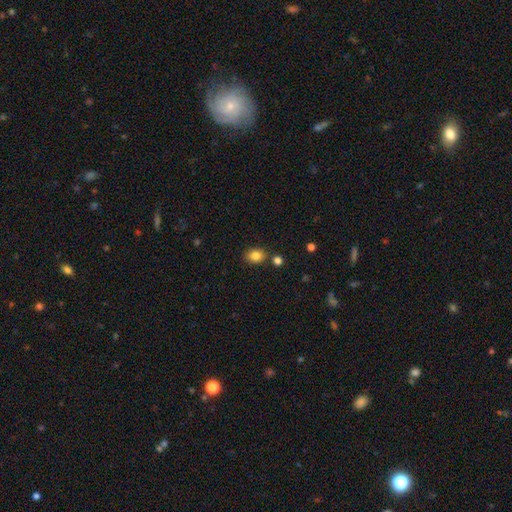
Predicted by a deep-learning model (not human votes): A smooth galaxy with no disk features (84%) that is in between round and cigar-shaped (60%).

Vote fractions:
- Smooth or featured? smooth: 84% / star or artifact: 10% / featured or disk: 6%
- How rounded? in between: 60% / round: 39% / cigar-shaped: 1%
- Merging? none: 81% / minor disturbance: 10% / merger: 6% / major disturbance: 3%